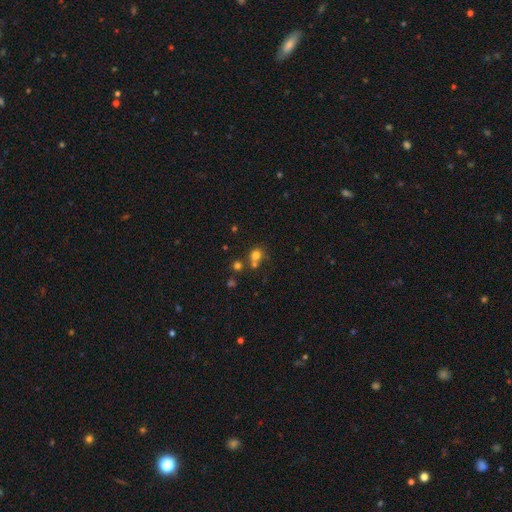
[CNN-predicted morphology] Smooth or featured?
  - smooth: 73% *
  - star or artifact: 17%
  - featured or disk: 10%
How rounded?
  - round: 82% *
  - in between: 17%
  - cigar-shaped: 1%
Merging?
  - none: 52% *
  - merger: 35%
  - minor disturbance: 9%
  - major disturbance: 4%